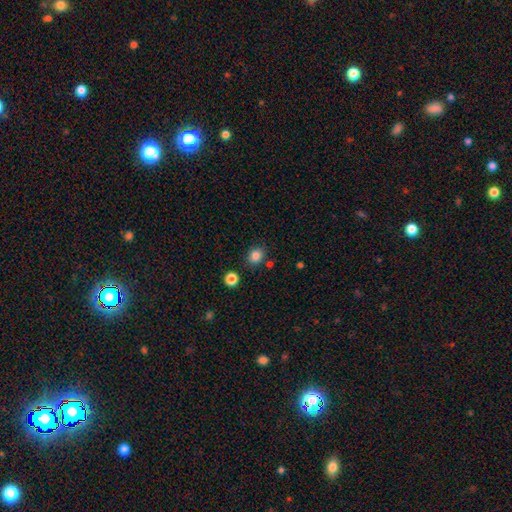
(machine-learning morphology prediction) Smooth or featured? smooth (85%)
How rounded? round (67%)
Merging? none (82%)